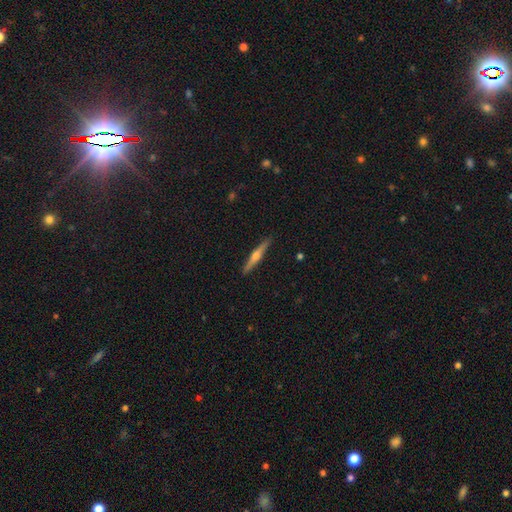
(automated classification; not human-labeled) smooth-or-featured: featured or disk: 70% | smooth: 25% | star or artifact: 6%
  disk-edge-on: yes: 98% | no: 2%
    edge-on-bulge: rounded: 90% | none: 6% | boxy: 5%
  merging: none: 92% | minor disturbance: 6% | major disturbance: 1% | merger: 1%